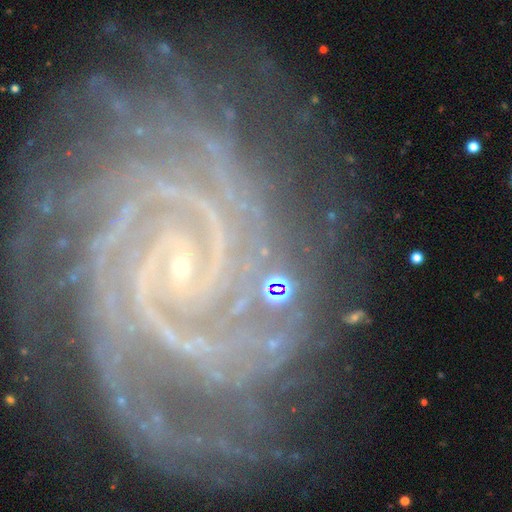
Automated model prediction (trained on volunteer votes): featured or disk 92%, star or artifact 5%, smooth 2%. Down the decision tree: edge-on disk — no (98%); bar — no (47%); spiral arms — yes (99%); spiral arm count — 2 (33%); spiral winding — tight (73%); bulge size — small (86%); merging — none (70%).